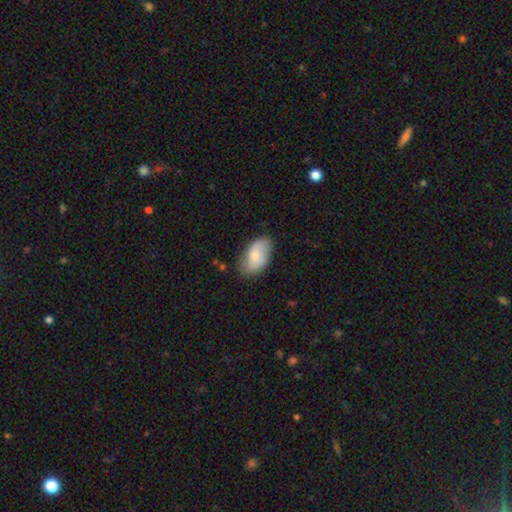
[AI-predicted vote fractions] This is likely a smooth galaxy (64%). How rounded: clearly in between (93%). Merging: likely none (73%).